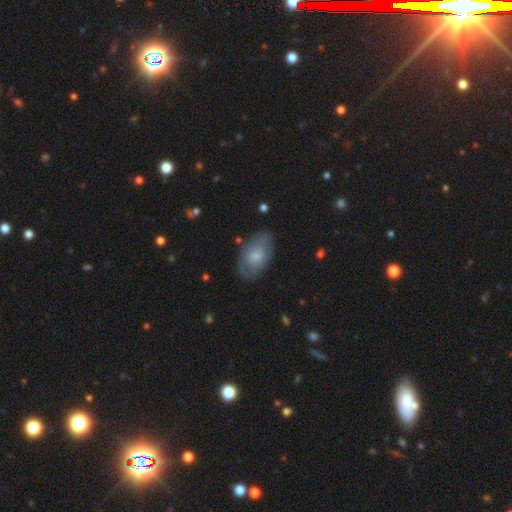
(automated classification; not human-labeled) smooth-or-featured: smooth: 59% | featured or disk: 35% | star or artifact: 6%
  how-rounded: in between: 92% | round: 6% | cigar-shaped: 2%
  merging: none: 73% | minor disturbance: 20% | major disturbance: 6% | merger: 2%